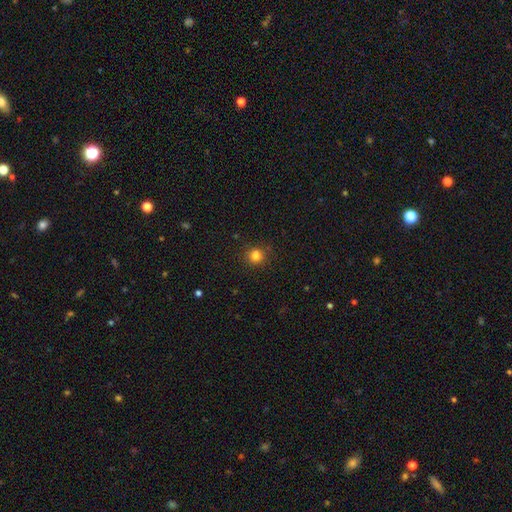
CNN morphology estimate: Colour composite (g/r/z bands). It shows a smooth galaxy with no disk features (82%) that is round (90%). Merging: none (87%).